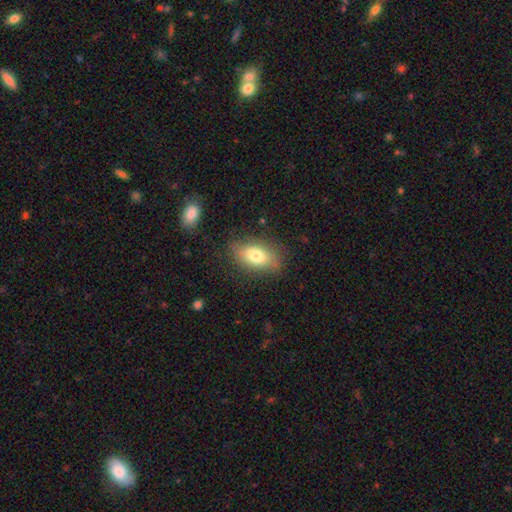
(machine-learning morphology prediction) Smooth or featured? smooth (76%)
How rounded? in between (89%)
Merging? none (81%)